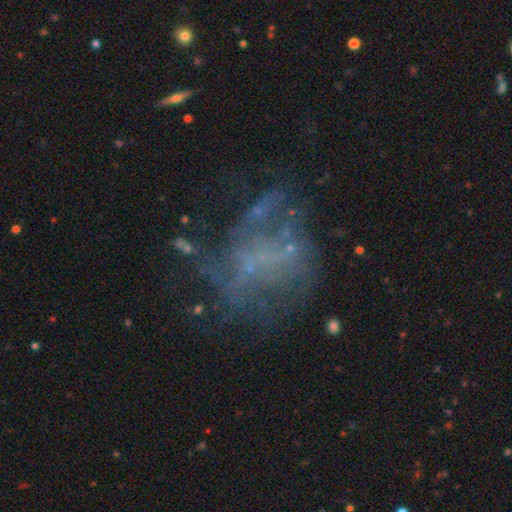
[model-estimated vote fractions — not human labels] Smooth or featured? featured or disk (55%)
Edge-on disk? no (97%)
Bar? no (85%)
Spiral arms? no (83%)
Bulge size? none (72%)
Merging? none (45%)